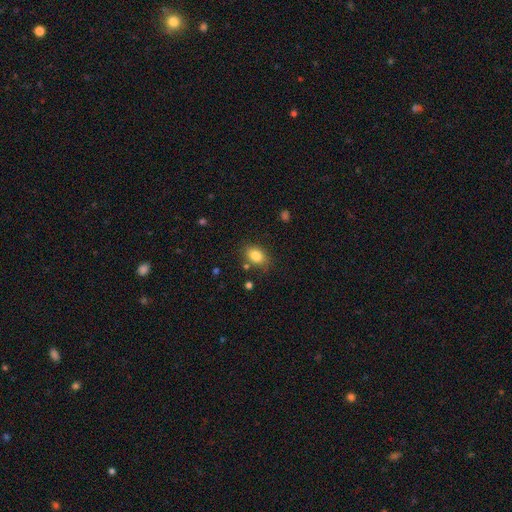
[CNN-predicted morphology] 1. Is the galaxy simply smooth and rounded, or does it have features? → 84% smooth, 9% star or artifact, 8% featured or disk.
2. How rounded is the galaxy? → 76% in between, 22% round, 1% cigar-shaped.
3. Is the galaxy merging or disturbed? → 79% none, 14% minor disturbance, 4% merger, 4% major disturbance.